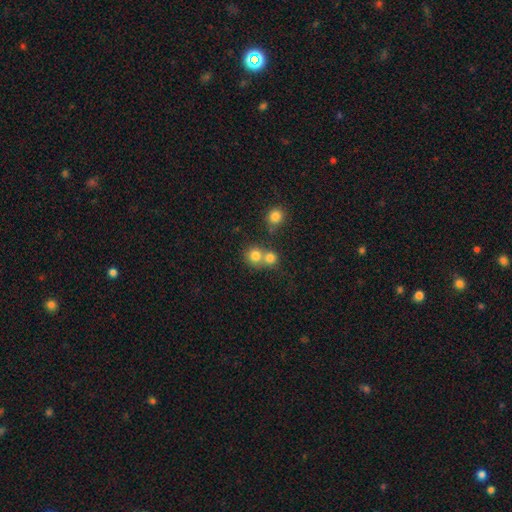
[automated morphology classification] Smooth or featured? smooth (77%)
How rounded? round (86%)
Merging? merger (46%)